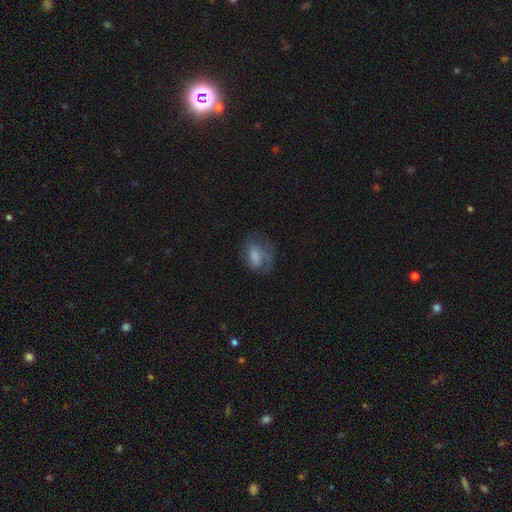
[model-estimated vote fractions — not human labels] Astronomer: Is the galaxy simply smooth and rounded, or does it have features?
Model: smooth — 57% (runner-up: featured or disk, 34%).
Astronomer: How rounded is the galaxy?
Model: in between — 79%.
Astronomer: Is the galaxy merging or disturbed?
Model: none — 47% (runner-up: minor disturbance, 26%).